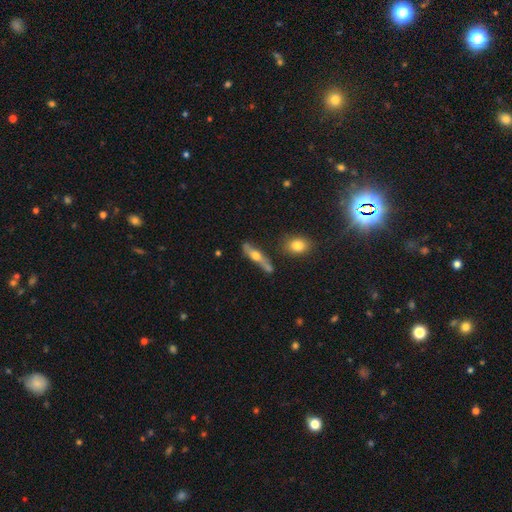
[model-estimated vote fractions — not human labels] Overall: featured or disk (58%; smooth 36%). Edge-on disk: yes (89%). Edge-on bulge: rounded (94%). Merging: none (74%).